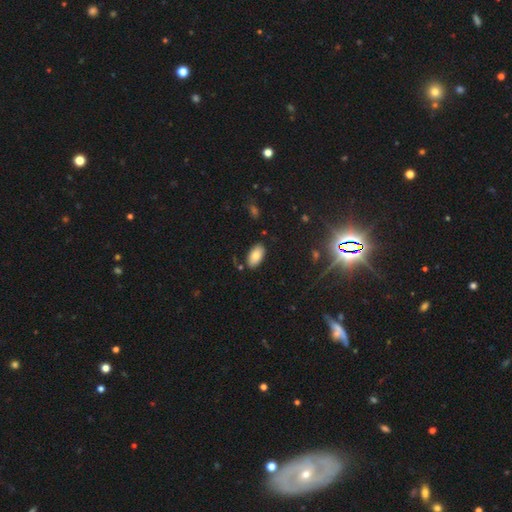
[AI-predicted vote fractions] Morphology: type=smooth (82%); roundness=in between (95%); merging=none (83%).